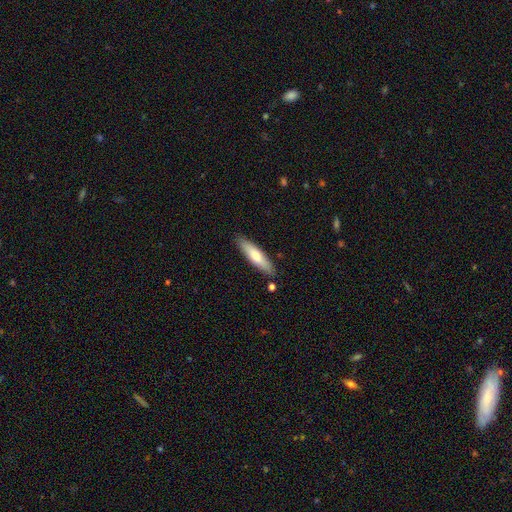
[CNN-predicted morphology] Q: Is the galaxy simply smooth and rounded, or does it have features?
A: smooth — 70%.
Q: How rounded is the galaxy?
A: cigar-shaped — 73%.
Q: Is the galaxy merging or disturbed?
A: none — 84%.